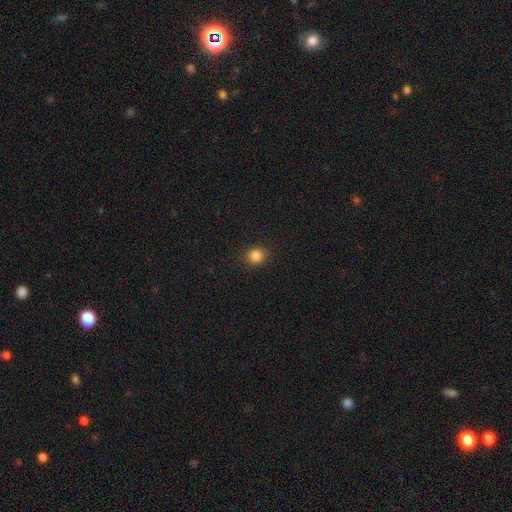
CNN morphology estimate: Smooth or featured? Predicted: smooth (p=0.85). How rounded? Predicted: round (p=0.86). Merging? Predicted: none (p=0.91).